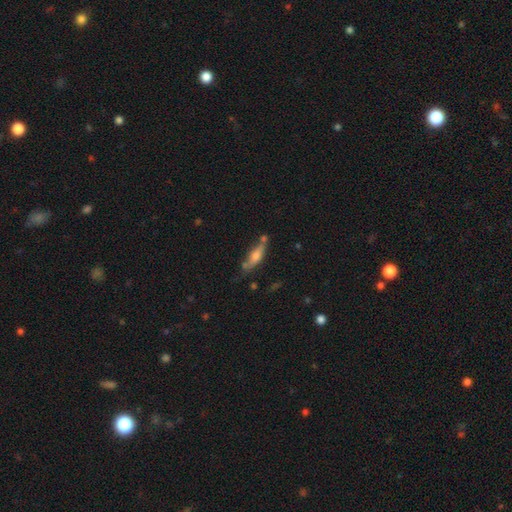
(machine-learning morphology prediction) type=featured or disk (47%); merging=none (60%).